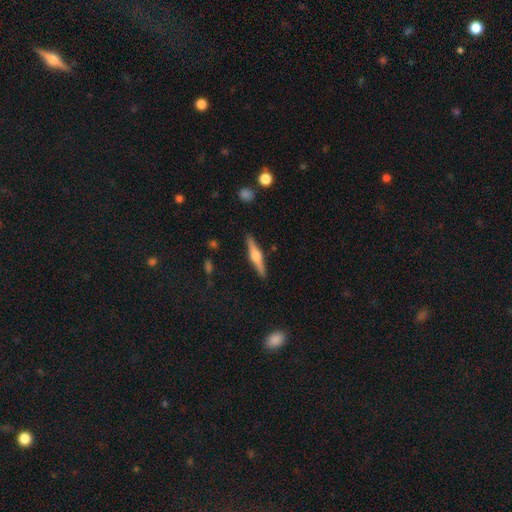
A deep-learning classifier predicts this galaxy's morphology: This appears to be a featured or disk galaxy (72%) viewed edge-on (98%) with a rounded central bulge (92%). Merging: none (90%).